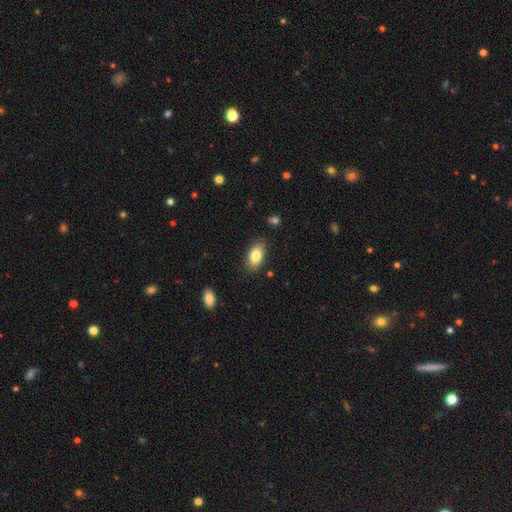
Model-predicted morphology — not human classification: smooth_or_featured: smooth (p=0.81) [alt: featured or disk p=0.12]
how_rounded: in between (p=0.91) [alt: round p=0.05]
merging: none (p=0.84) [alt: minor disturbance p=0.12]